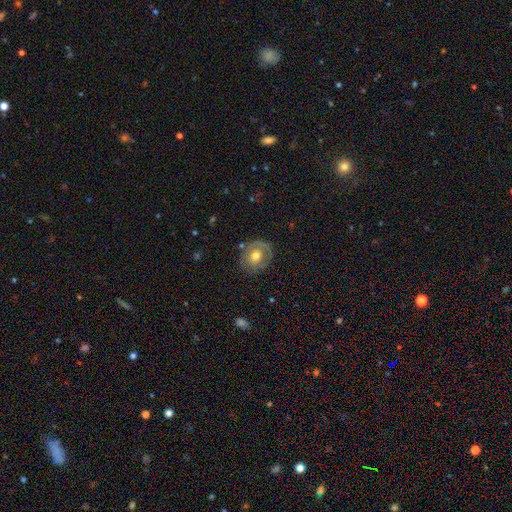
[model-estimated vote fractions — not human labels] This appears to be a featured or disk galaxy (49%). Merging: none (71%).